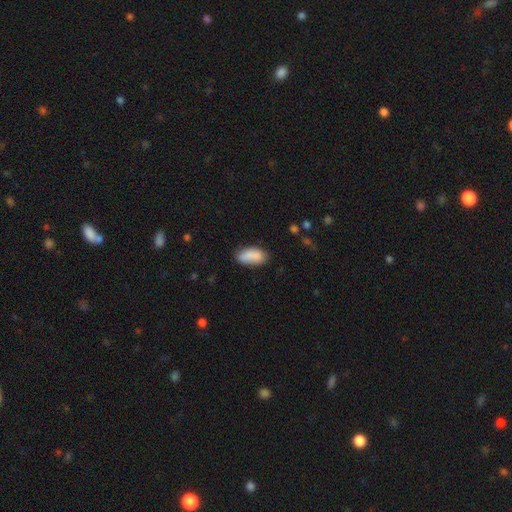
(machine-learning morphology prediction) Q: Smooth or featured?
A: smooth (85%); runner-up: featured or disk (8%)
Q: How rounded?
A: in between (90%); runner-up: cigar-shaped (8%)
Q: Merging?
A: none (69%); runner-up: minor disturbance (21%)